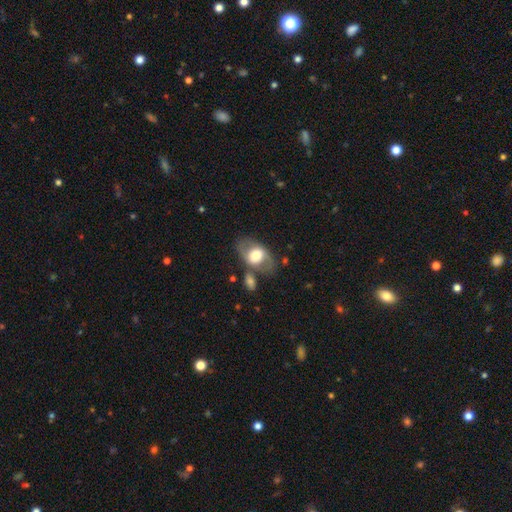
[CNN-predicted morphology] The model was most divided on "smooth or featured": smooth: 47%, featured or disk: 46%, star or artifact: 7%. More confident: merging — none (61%).